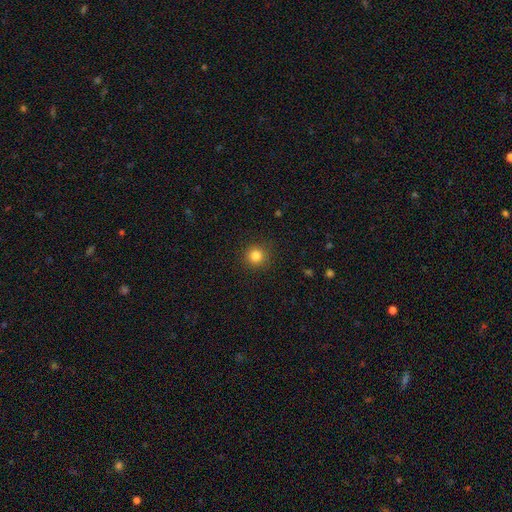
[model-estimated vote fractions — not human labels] Smooth or featured? Predicted: smooth (p=0.82). How rounded? Predicted: round (p=0.94). Merging? Predicted: none (p=0.91).